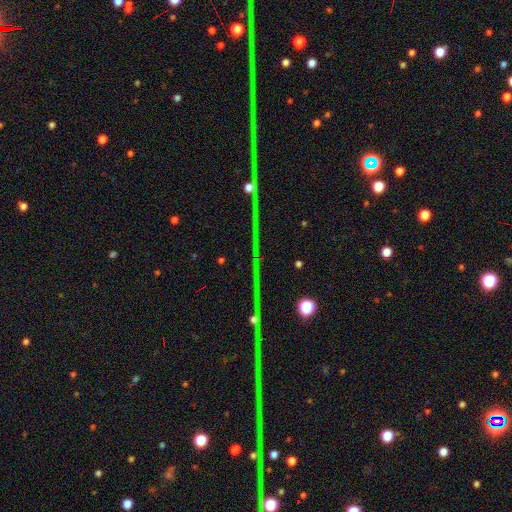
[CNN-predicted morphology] This is clearly a star or artifact rather than a galaxy (83%).